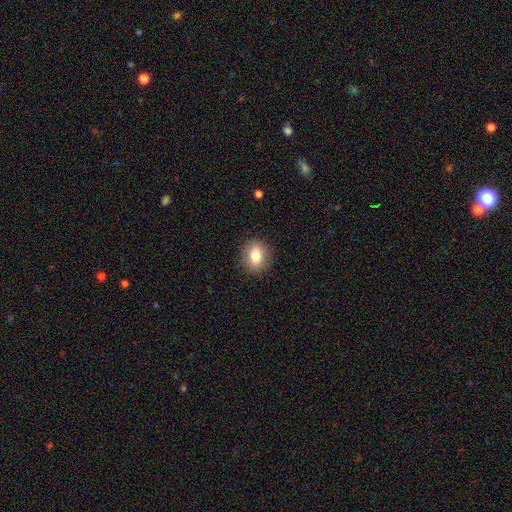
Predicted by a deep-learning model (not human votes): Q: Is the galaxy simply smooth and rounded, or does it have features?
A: smooth — 77%.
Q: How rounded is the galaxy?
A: round — 62%.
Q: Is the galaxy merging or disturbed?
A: none — 89%.